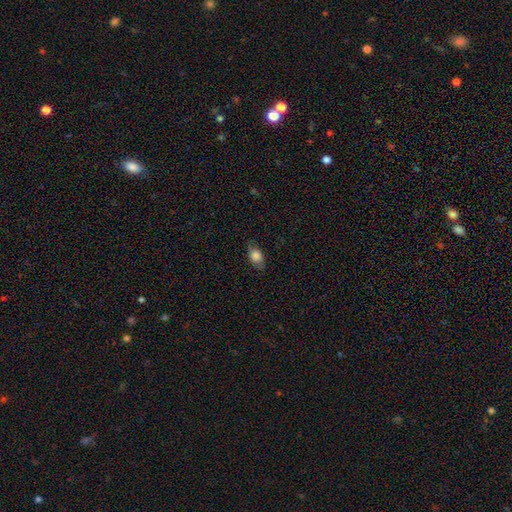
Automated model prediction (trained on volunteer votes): The model was most divided on "merging": none: 73%, minor disturbance: 20%, major disturbance: 5%, merger: 1%. More confident: how rounded — in between (81%); smooth or featured — smooth (78%).